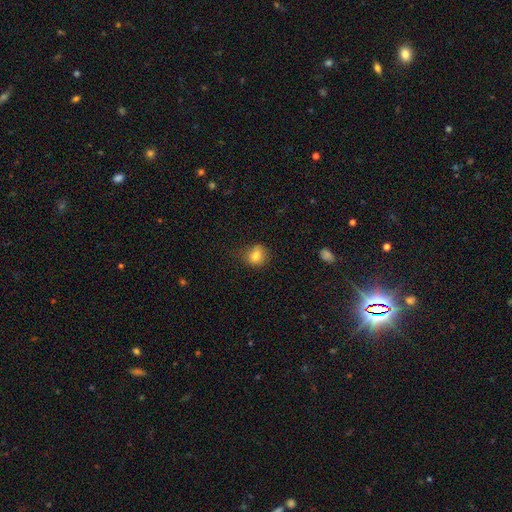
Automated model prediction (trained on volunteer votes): Smooth or featured? Predicted: smooth (p=0.80). How rounded? Predicted: round (p=0.68). Merging? Predicted: none (p=0.60).